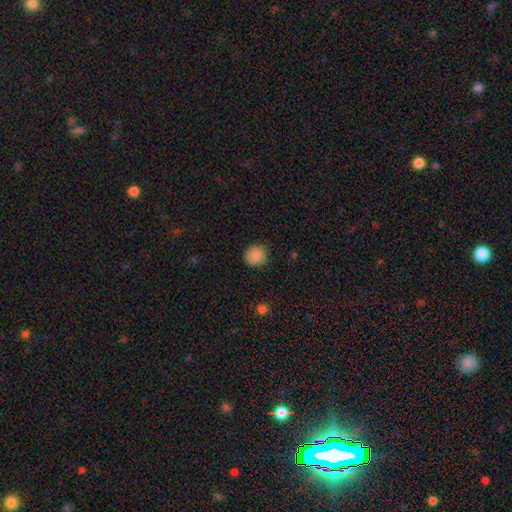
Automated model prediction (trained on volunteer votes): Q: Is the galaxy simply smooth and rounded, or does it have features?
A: smooth — 87%.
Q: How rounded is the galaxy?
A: round — 87%.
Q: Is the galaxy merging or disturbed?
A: none — 84%.